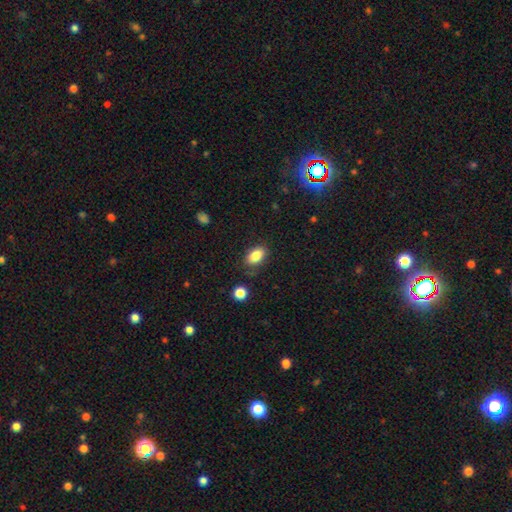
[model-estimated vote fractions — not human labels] Smooth or featured: smooth — 84% (star or artifact — 9%)
How rounded: in between — 89% (round — 9%)
Merging: none — 80% (minor disturbance — 15%)